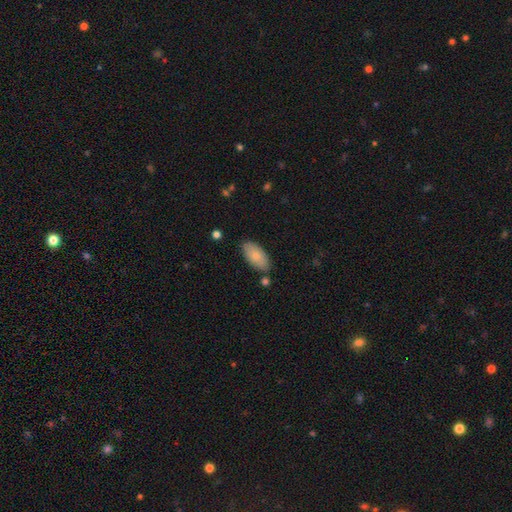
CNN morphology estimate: A smooth galaxy with no disk features (79%) that is in between round and cigar-shaped (94%). Merging: none (80%).